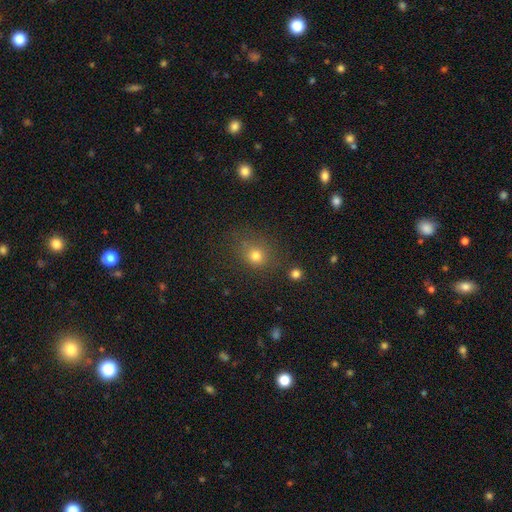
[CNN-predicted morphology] smooth_or_featured: smooth (p=0.76) [alt: star or artifact p=0.17]
how_rounded: round (p=0.78) [alt: in between p=0.21]
merging: none (p=0.74) [alt: minor disturbance p=0.15]